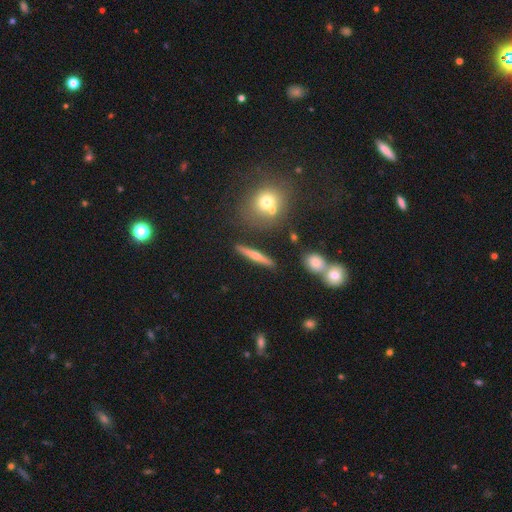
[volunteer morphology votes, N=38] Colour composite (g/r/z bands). It shows a featured or disk galaxy (66%) viewed edge-on (88%) with a rounded central bulge (77%). Merging: none (86%).